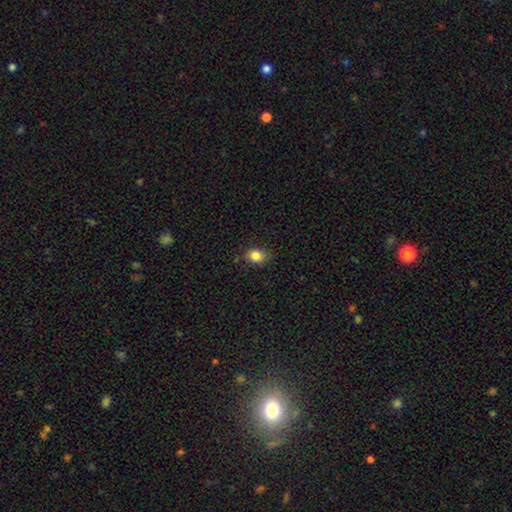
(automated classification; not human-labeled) smooth_or_featured: smooth (p=0.85) [alt: star or artifact p=0.10]
how_rounded: in between (p=0.58) [alt: round p=0.41]
merging: none (p=0.79) [alt: minor disturbance p=0.16]